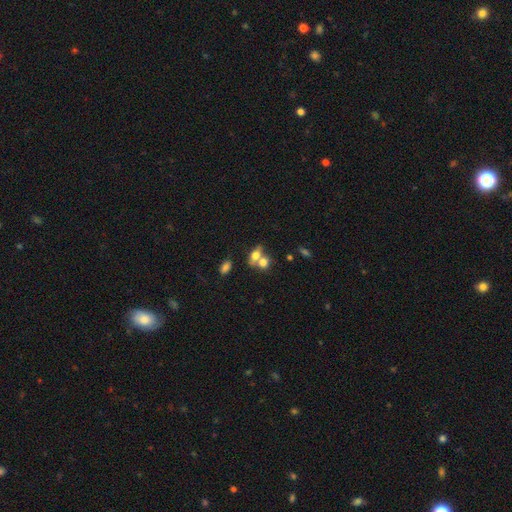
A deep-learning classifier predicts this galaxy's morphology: Overall: smooth (66%). How rounded: in between (62%; round 32%). Merging: merger (58%; none 28%).